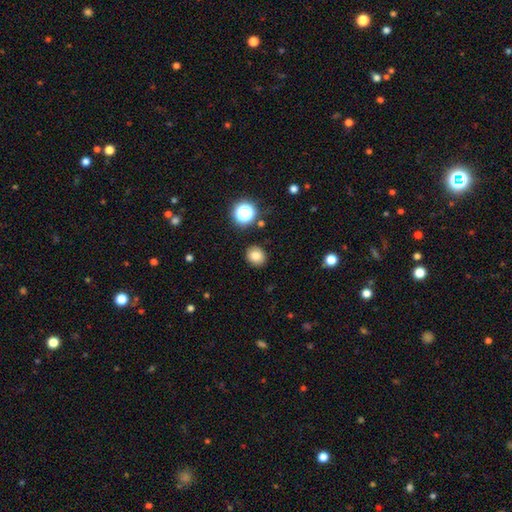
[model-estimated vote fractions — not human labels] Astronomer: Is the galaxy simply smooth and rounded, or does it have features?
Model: smooth — 80%.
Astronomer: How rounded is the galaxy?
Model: round — 71%.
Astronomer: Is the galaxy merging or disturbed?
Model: none — 89%.